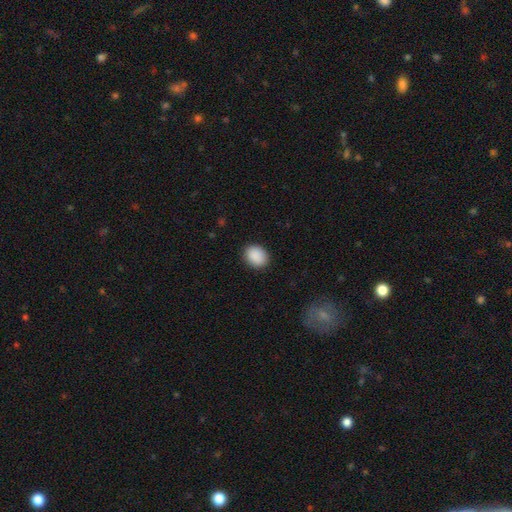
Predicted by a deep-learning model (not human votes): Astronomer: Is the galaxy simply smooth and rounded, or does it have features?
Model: smooth — 90%.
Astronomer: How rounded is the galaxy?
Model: in between — 52% (runner-up: round, 47%).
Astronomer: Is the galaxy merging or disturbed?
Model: none — 89%.